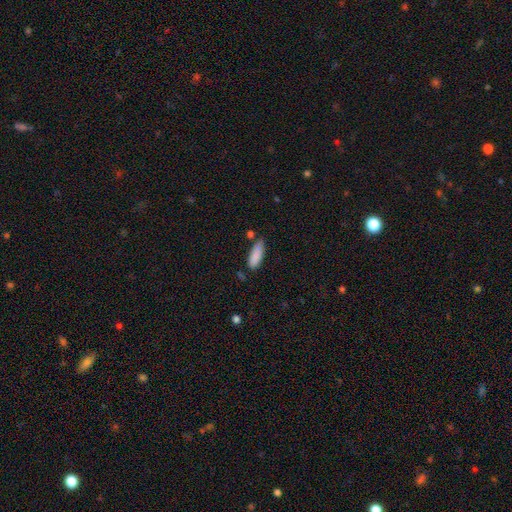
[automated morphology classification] This appears to be a smooth galaxy with no disk features (88%) that is in between round and cigar-shaped (58%). Merging: none (69%).